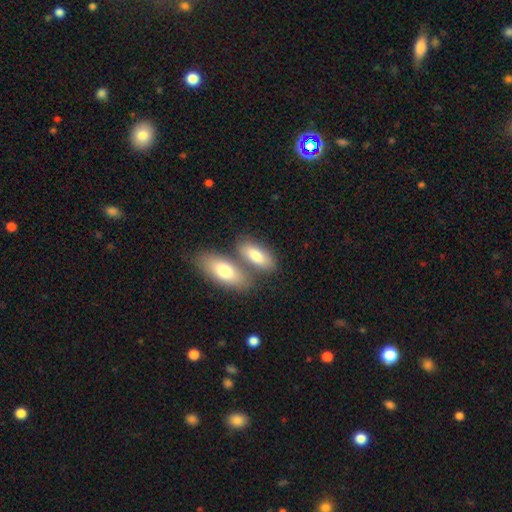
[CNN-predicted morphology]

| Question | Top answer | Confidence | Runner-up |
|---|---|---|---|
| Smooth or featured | smooth | 78% | featured or disk (17%) |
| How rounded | in between | 82% | cigar-shaped (15%) |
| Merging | none | 49% | merger (38%) |